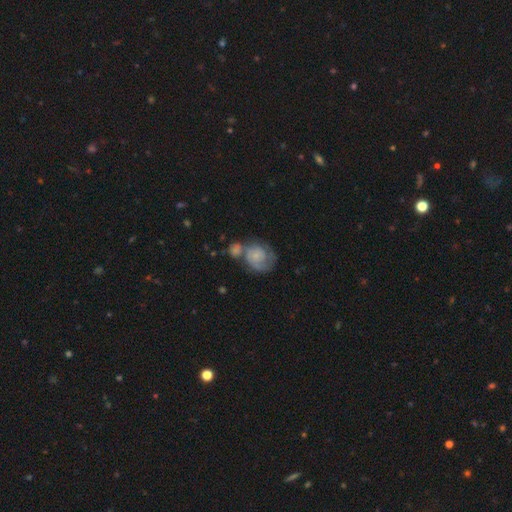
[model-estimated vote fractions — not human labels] Smooth or featured?
  - featured or disk: 55% *
  - smooth: 38%
  - star or artifact: 8%
Edge-on disk?
  - no: 98% *
  - yes: 2%
Bar?
  - no: 77% *
  - weak: 20%
  - strong: 3%
Spiral arms?
  - yes: 81% *
  - no: 19%
Bulge size?
  - small: 60% *
  - moderate: 20%
  - none: 15%
  - large: 3%
  - dominant: 2%
Merging?
  - merger: 38% *
  - none: 30%
  - minor disturbance: 17%
  - major disturbance: 15%